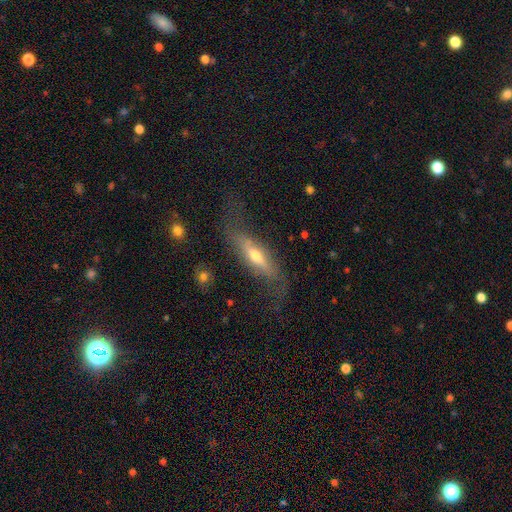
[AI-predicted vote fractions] Smooth or featured: featured or disk — 62% (smooth — 31%)
Edge-on disk: yes — 72% (no — 28%)
Merging: none — 58% (minor disturbance — 21%)